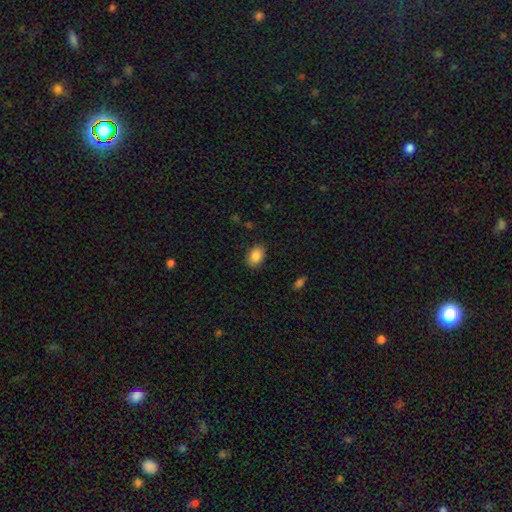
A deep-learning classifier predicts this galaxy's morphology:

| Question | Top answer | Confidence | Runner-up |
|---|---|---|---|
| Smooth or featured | smooth | 87% | star or artifact (8%) |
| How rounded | in between | 76% | round (23%) |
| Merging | none | 86% | minor disturbance (10%) |